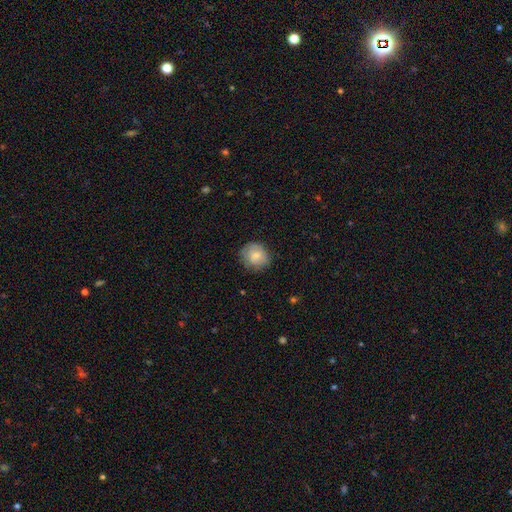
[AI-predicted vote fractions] This appears to be a smooth galaxy with no disk features (69%) that is round (83%). Merging: none (77%).